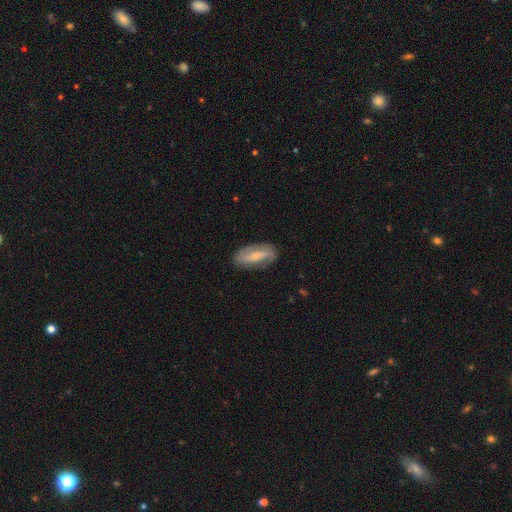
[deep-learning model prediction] Smooth or featured? Predicted: featured or disk (p=0.67). Edge-on disk? Predicted: no (p=0.87). Bar? Predicted: strong (p=0.43). Spiral arms? Predicted: yes (p=0.76). Bulge size? Predicted: small (p=0.60). Merging? Predicted: none (p=0.79).